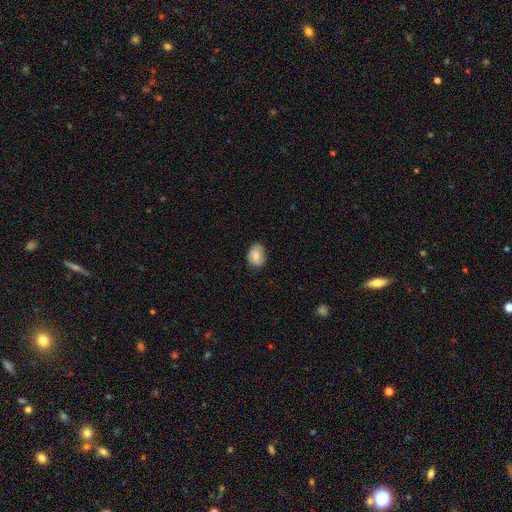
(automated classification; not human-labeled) Q: Smooth or featured?
A: smooth (71%); runner-up: featured or disk (21%)
Q: How rounded?
A: in between (66%); runner-up: round (33%)
Q: Merging?
A: none (72%); runner-up: minor disturbance (23%)